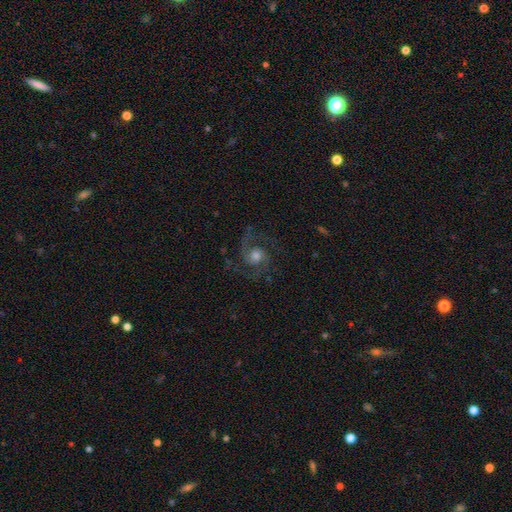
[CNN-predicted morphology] Smooth or featured?
  - featured or disk: 87% *
  - star or artifact: 6%
  - smooth: 6%
Edge-on disk?
  - no: 98% *
  - yes: 2%
Bar?
  - no: 68% *
  - weak: 27%
  - strong: 5%
Spiral arms?
  - yes: 98% *
  - no: 2%
Spiral winding?
  - medium: 61% *
  - tight: 21%
  - loose: 19%
Spiral arm count?
  - 2: 87% *
  - 3: 5%
  - can't tell: 3%
  - 1: 2%
  - 4: 2%
  - more than 4: 1%
Bulge size?
  - moderate: 61% *
  - large: 19%
  - small: 16%
  - none: 3%
  - dominant: 2%
Merging?
  - none: 78% *
  - minor disturbance: 13%
  - major disturbance: 8%
  - merger: 1%